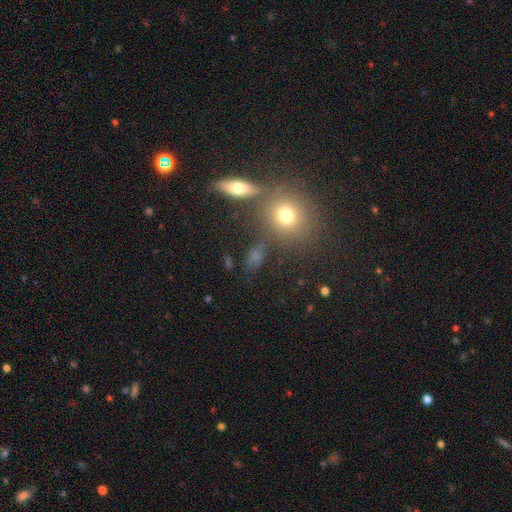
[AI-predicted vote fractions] Smooth or featured?
  - smooth: 60% *
  - star or artifact: 22%
  - featured or disk: 17%
How rounded?
  - round: 48% *
  - in between: 42%
  - cigar-shaped: 10%
Merging?
  - none: 69% *
  - minor disturbance: 13%
  - merger: 12%
  - major disturbance: 6%